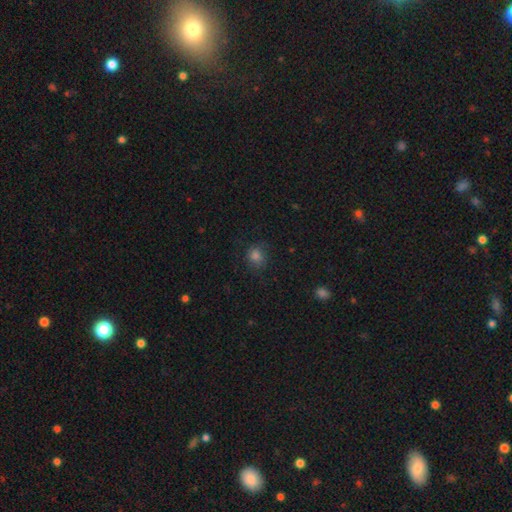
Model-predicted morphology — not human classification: Smooth or featured? Predicted: smooth (p=0.79). How rounded? Predicted: round (p=0.82). Merging? Predicted: none (p=0.80).